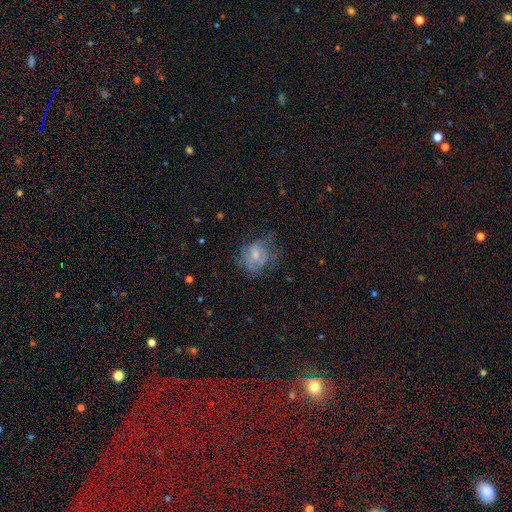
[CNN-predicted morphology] A featured or disk galaxy (49%).

Vote fractions:
- Smooth or featured? featured or disk: 49% / smooth: 35% / star or artifact: 16%
- Merging? none: 56% / minor disturbance: 24% / major disturbance: 19% / merger: 2%